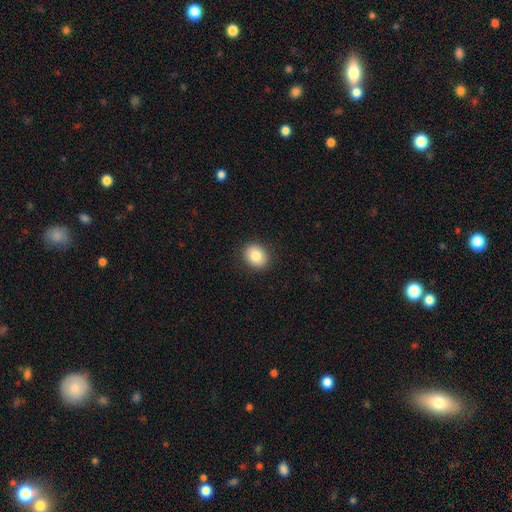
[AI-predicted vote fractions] A smooth galaxy with no disk features (84%) that is round (60%).

Vote fractions:
- Smooth or featured? smooth: 84% / star or artifact: 8% / featured or disk: 8%
- How rounded? round: 60% / in between: 39% / cigar-shaped: 1%
- Merging? none: 91% / minor disturbance: 7% / major disturbance: 2% / merger: 1%